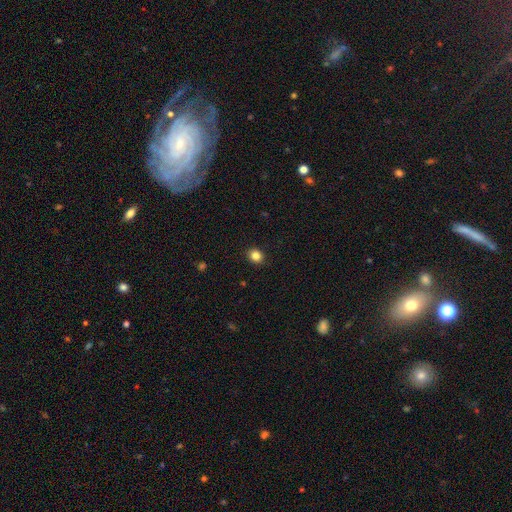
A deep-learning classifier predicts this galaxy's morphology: Smooth or featured?
  - smooth: 84% *
  - star or artifact: 11%
  - featured or disk: 5%
How rounded?
  - round: 73% *
  - in between: 27%
  - cigar-shaped: 1%
Merging?
  - none: 91% *
  - minor disturbance: 6%
  - major disturbance: 2%
  - merger: 1%